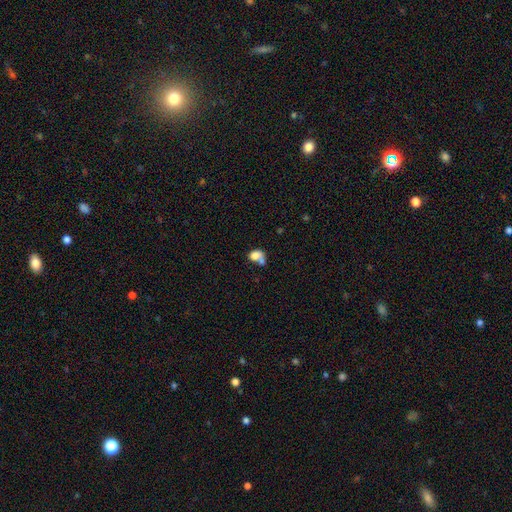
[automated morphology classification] Smooth or featured?
  - smooth: 75% *
  - featured or disk: 15%
  - star or artifact: 10%
How rounded?
  - in between: 65% *
  - round: 34%
  - cigar-shaped: 1%
Merging?
  - merger: 52% *
  - none: 24%
  - minor disturbance: 13%
  - major disturbance: 12%